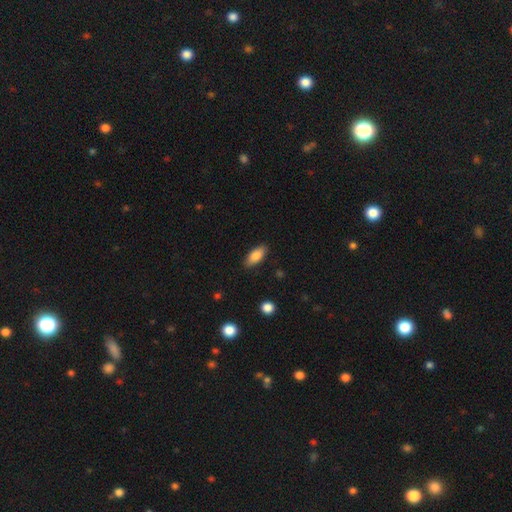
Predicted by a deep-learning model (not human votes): Smooth or featured? smooth (84%)
How rounded? in between (86%)
Merging? none (86%)